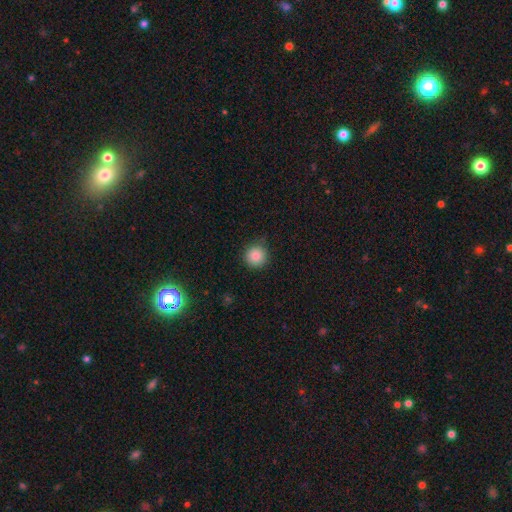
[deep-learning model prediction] This appears to be a smooth galaxy with no disk features (85%) that is round (94%). Merging: none (84%).